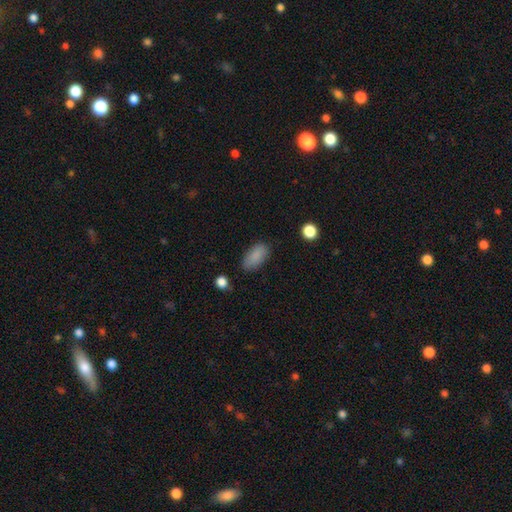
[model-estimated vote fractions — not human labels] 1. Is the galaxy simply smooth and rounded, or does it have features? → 87% smooth, 8% star or artifact, 5% featured or disk.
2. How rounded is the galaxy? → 92% in between, 5% cigar-shaped, 3% round.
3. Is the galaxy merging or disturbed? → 81% none, 14% minor disturbance, 3% major disturbance, 2% merger.